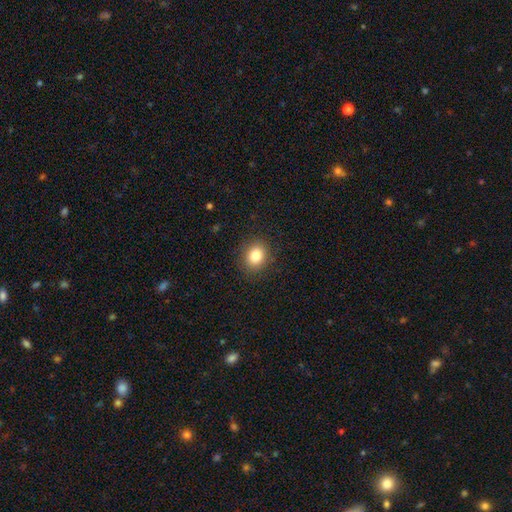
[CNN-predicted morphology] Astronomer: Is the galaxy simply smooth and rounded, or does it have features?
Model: smooth — 82%.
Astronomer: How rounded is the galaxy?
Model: round — 67%.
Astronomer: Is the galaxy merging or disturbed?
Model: none — 87%.